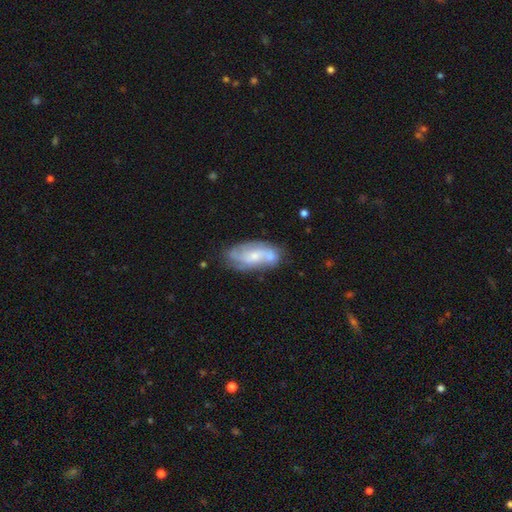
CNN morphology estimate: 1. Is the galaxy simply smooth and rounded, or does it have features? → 67% featured or disk, 26% smooth, 7% star or artifact.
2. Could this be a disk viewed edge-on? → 93% no, 7% yes.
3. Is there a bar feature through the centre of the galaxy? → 58% no, 34% weak, 7% strong.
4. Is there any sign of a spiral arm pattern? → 86% yes, 14% no.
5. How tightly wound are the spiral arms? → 44% medium, 32% tight, 24% loose.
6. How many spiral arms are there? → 40% 2, 26% can't tell, 22% 3, 6% 4, 4% 1, 3% more than 4.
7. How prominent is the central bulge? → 53% small, 35% moderate, 8% none, 3% large, 1% dominant.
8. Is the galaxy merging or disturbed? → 59% none, 20% minor disturbance, 13% merger, 8% major disturbance.